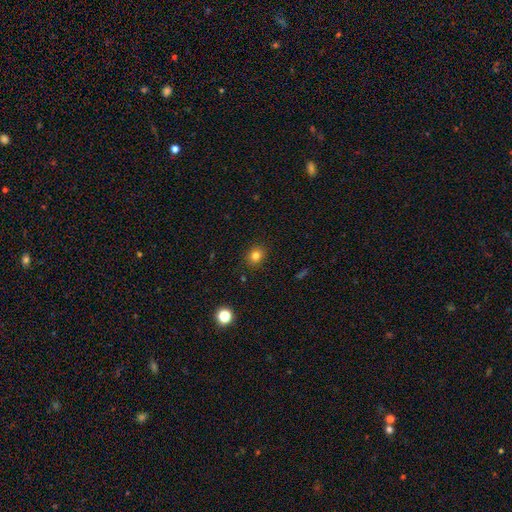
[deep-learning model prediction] The model was most divided on "how rounded": round: 67%, in between: 32%, cigar-shaped: 1%. More confident: merging — none (89%); smooth or featured — smooth (80%).